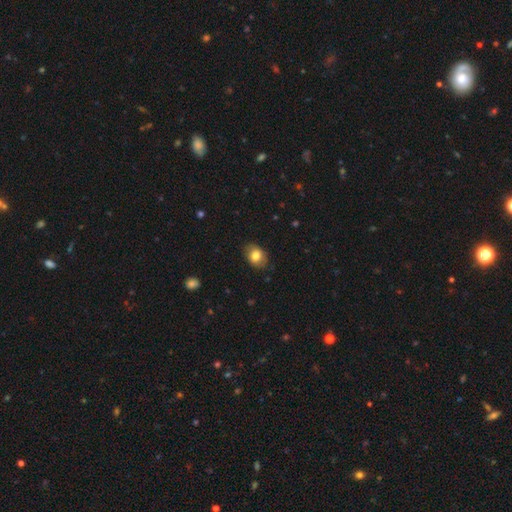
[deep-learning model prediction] A smooth galaxy with no disk features (81%) that is in between round and cigar-shaped (69%).

Vote fractions:
- Smooth or featured? smooth: 81% / featured or disk: 11% / star or artifact: 8%
- How rounded? in between: 69% / round: 30% / cigar-shaped: 1%
- Merging? none: 81% / minor disturbance: 15% / major disturbance: 3% / merger: 1%